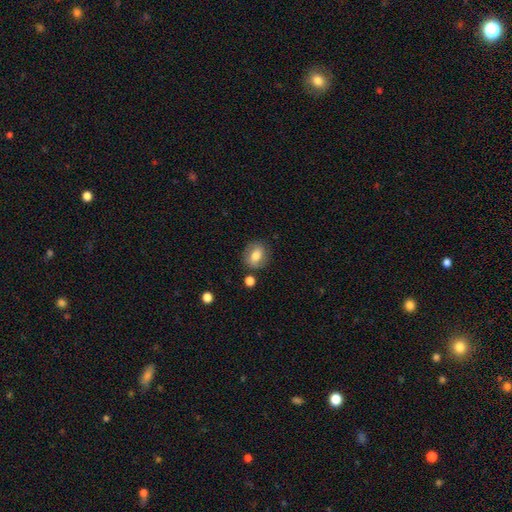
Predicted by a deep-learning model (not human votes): Smooth or featured?
  - smooth: 72% *
  - featured or disk: 20%
  - star or artifact: 9%
How rounded?
  - round: 54% *
  - in between: 45%
  - cigar-shaped: 1%
Merging?
  - none: 80% *
  - minor disturbance: 12%
  - merger: 4%
  - major disturbance: 4%